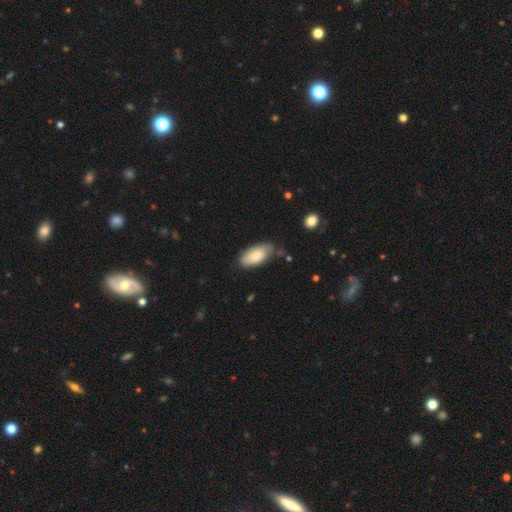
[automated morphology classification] This appears to be a smooth galaxy with no disk features (80%) that is in between round and cigar-shaped (92%). Merging: none (66%).